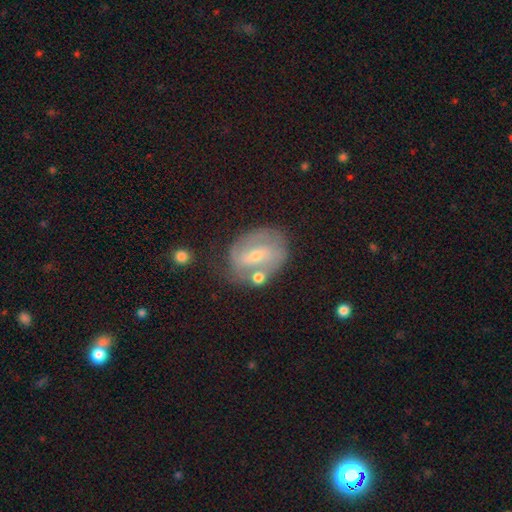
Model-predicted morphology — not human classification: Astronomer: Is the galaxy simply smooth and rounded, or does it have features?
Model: featured or disk — 74%.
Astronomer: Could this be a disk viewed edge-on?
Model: no — 96%.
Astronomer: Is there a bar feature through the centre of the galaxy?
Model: weak — 45% (runner-up: strong, 33%).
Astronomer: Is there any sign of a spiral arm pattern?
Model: yes — 80%.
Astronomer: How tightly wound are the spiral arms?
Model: medium — 42% (runner-up: tight, 40%).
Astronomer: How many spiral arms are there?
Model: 2 — 74%.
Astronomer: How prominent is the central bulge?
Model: small — 61%.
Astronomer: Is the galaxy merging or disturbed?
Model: none — 67%.